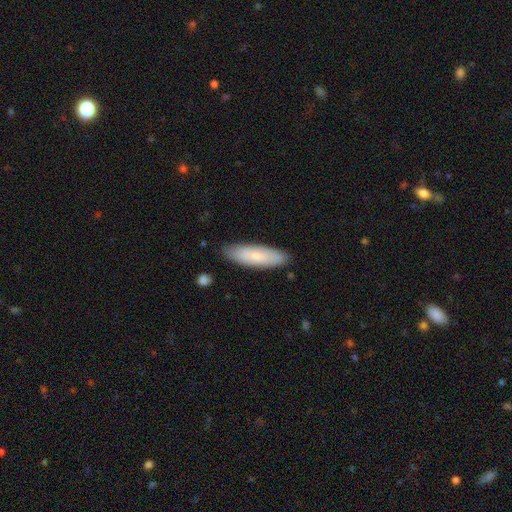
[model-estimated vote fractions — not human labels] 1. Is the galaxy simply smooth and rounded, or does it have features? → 74% smooth, 19% featured or disk, 6% star or artifact.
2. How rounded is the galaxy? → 58% cigar-shaped, 41% in between, 1% round.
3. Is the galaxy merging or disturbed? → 86% none, 11% minor disturbance, 2% major disturbance, 1% merger.